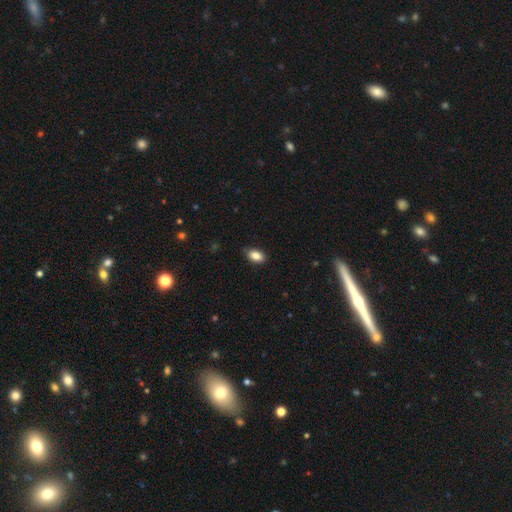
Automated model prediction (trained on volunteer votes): smooth-or-featured: smooth: 87% | star or artifact: 8% | featured or disk: 5%
  how-rounded: in between: 90% | round: 7% | cigar-shaped: 3%
  merging: none: 83% | minor disturbance: 14% | major disturbance: 2% | merger: 1%